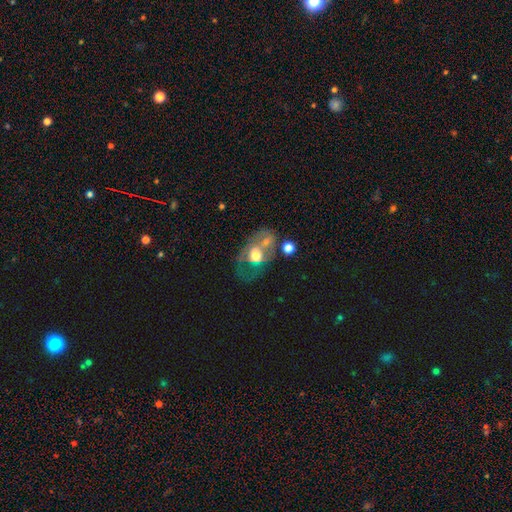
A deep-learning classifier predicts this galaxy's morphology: This is possibly a featured or disk galaxy (51%). It is clearly not viewed edge-on (94%). Merging: marginally merger (41%).